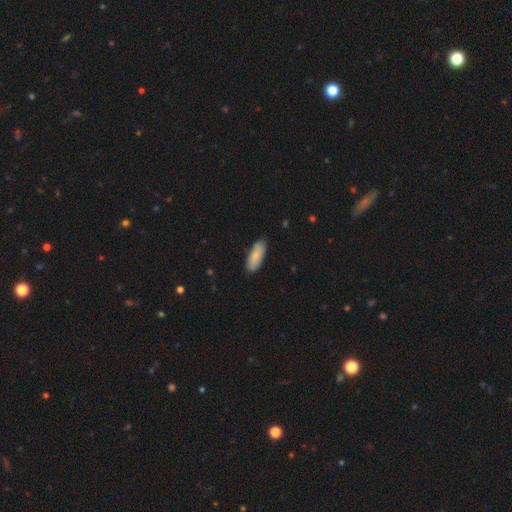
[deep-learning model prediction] The model was most divided on "how rounded": in between: 70%, cigar-shaped: 28%, round: 2%. More confident: smooth or featured — smooth (85%); merging — none (84%).